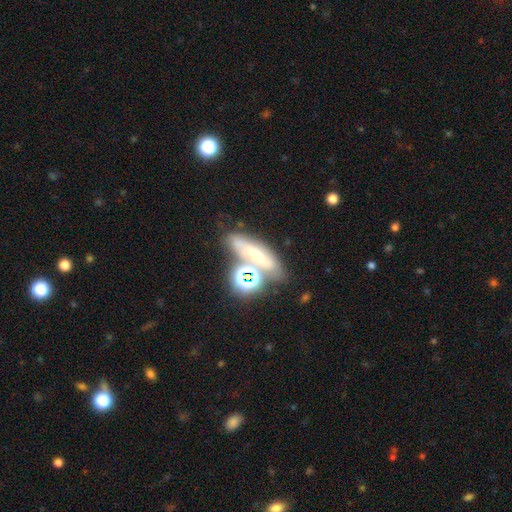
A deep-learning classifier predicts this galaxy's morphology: Smooth or featured: smooth — 42% (star or artifact — 31%)
Merging: none — 50% (merger — 25%)